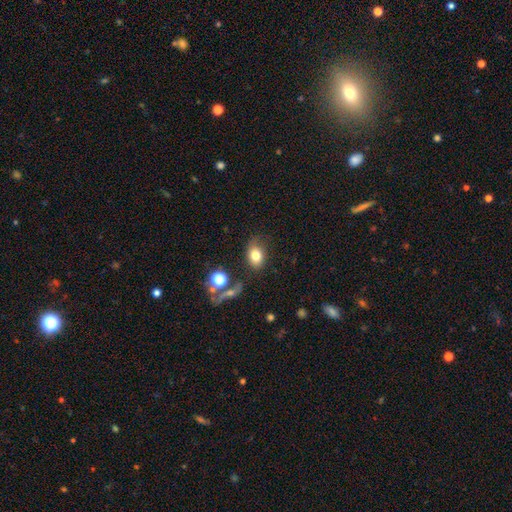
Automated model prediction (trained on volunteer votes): smooth_or_featured: smooth (p=0.77) [alt: featured or disk p=0.12]
how_rounded: in between (p=0.72) [alt: round p=0.27]
merging: none (p=0.71) [alt: minor disturbance p=0.18]